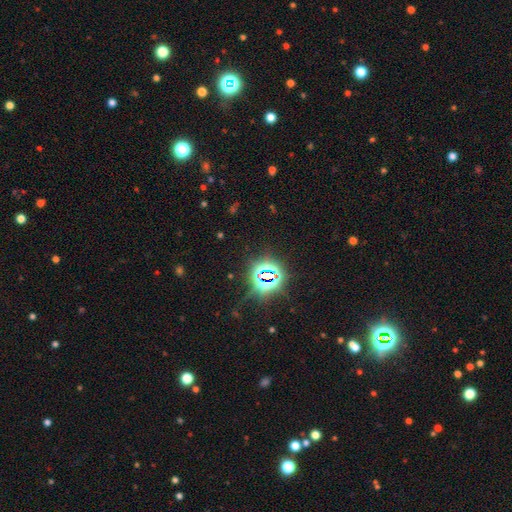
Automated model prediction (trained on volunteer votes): Smooth or featured? Predicted: star or artifact (p=0.80).